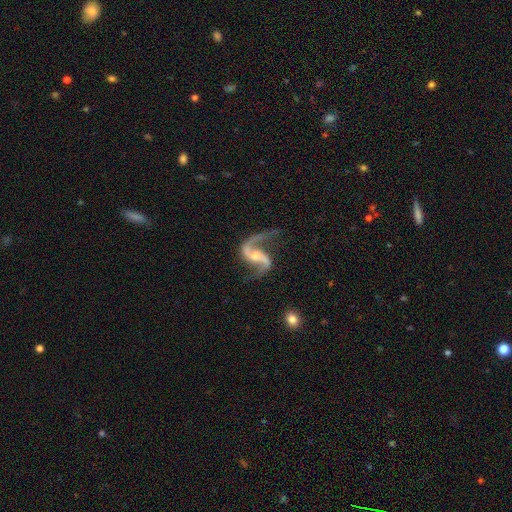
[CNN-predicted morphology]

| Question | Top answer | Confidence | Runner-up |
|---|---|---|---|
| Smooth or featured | featured or disk | 93% | star or artifact (4%) |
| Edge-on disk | no | 98% | yes (2%) |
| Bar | weak | 37% | no (34%) |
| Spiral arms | yes | 98% | no (2%) |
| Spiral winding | loose | 68% | medium (27%) |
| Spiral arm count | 2 | 93% | 1 (3%) |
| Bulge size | moderate | 50% | small (41%) |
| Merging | none | 70% | minor disturbance (15%) |